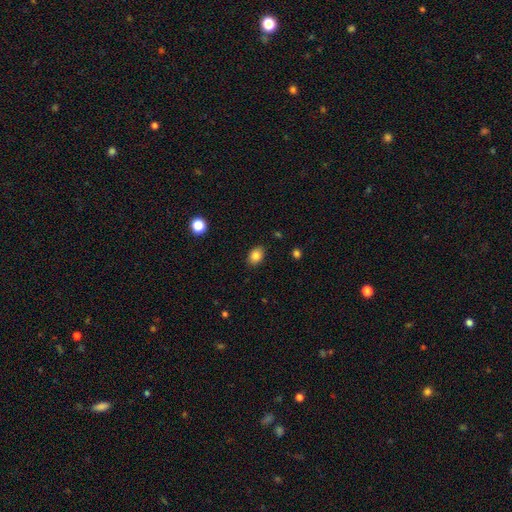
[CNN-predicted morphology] Smooth or featured? Predicted: smooth (p=0.84). How rounded? Predicted: in between (p=0.75). Merging? Predicted: none (p=0.88).